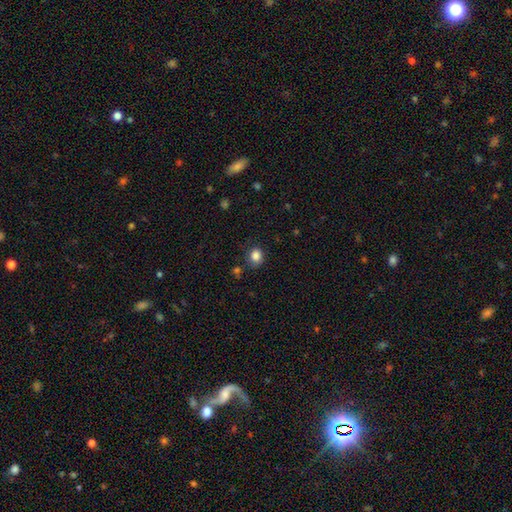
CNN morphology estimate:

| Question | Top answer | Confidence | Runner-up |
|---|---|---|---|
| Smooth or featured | smooth | 85% | star or artifact (10%) |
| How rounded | round | 67% | in between (32%) |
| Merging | none | 79% | minor disturbance (14%) |